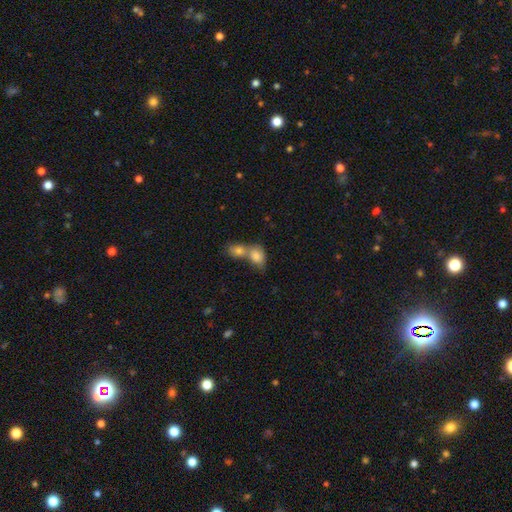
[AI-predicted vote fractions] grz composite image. It shows a smooth galaxy with no disk features (81%) that is in between round and cigar-shaped (71%). Merging: merger (71%).